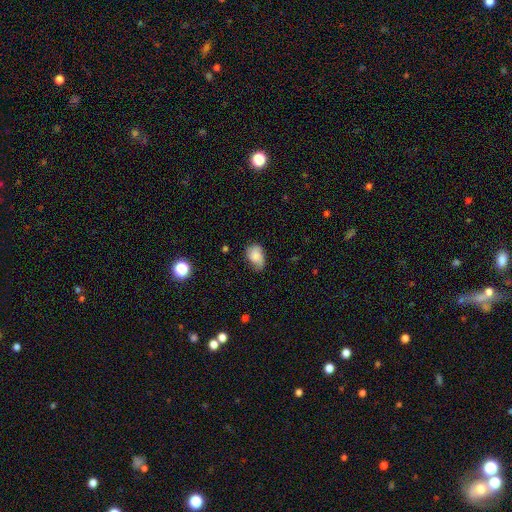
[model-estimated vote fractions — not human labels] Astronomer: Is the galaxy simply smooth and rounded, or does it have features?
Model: smooth — 78%.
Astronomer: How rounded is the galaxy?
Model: in between — 85%.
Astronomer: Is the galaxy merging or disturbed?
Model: none — 49% (runner-up: minor disturbance, 39%).